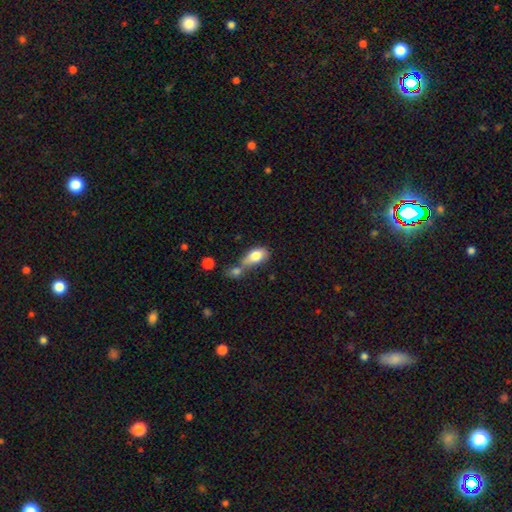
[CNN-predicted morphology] This appears to be a smooth galaxy with no disk features (79%) that is in between round and cigar-shaped (84%). Merging: merger (50%).